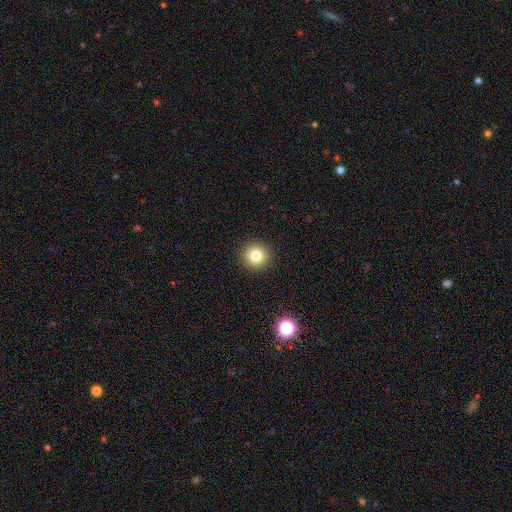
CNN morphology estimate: A smooth galaxy with no disk features (81%) that is round (95%). Merging: none (93%).